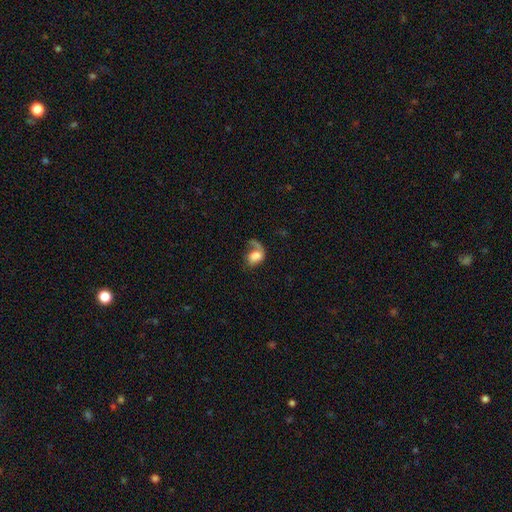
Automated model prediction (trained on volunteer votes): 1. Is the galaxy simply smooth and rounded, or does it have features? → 46% featured or disk, 45% smooth, 9% star or artifact.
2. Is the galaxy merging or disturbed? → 44% major disturbance, 31% none, 17% minor disturbance, 8% merger.